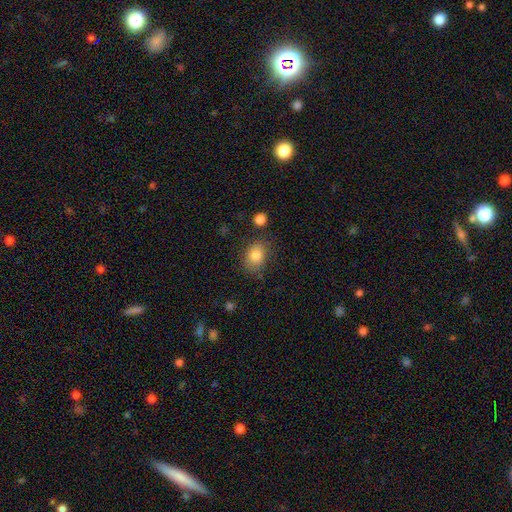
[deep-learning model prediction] This appears to be a smooth galaxy with no disk features (81%) that is in between round and cigar-shaped (56%). Merging: none (74%).